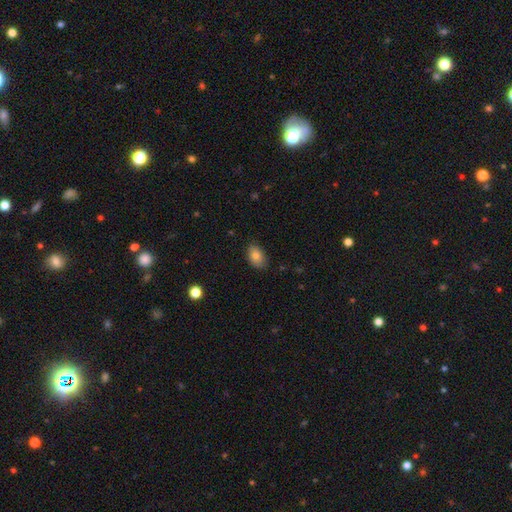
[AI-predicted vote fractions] smooth_or_featured: smooth (p=0.82) [alt: featured or disk p=0.10]
how_rounded: in between (p=0.86) [alt: round p=0.12]
merging: none (p=0.82) [alt: minor disturbance p=0.14]